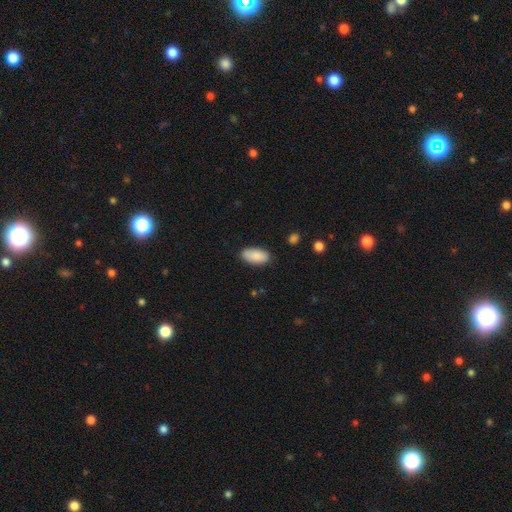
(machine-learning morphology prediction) Smooth or featured? smooth (88%)
How rounded? in between (93%)
Merging? none (85%)